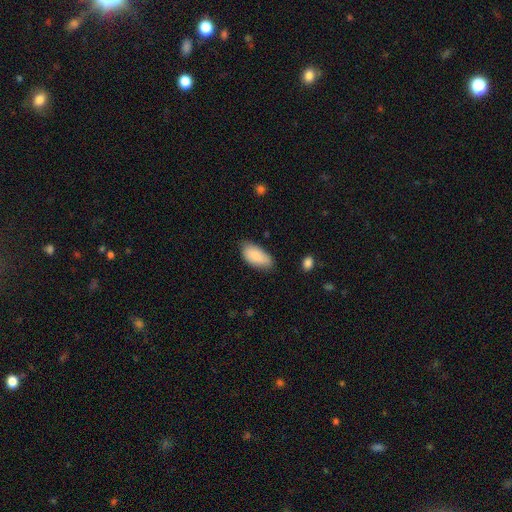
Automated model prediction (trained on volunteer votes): The model was most divided on "merging": none: 75%, minor disturbance: 20%, major disturbance: 3%, merger: 1%. More confident: how rounded — in between (92%); smooth or featured — smooth (87%).